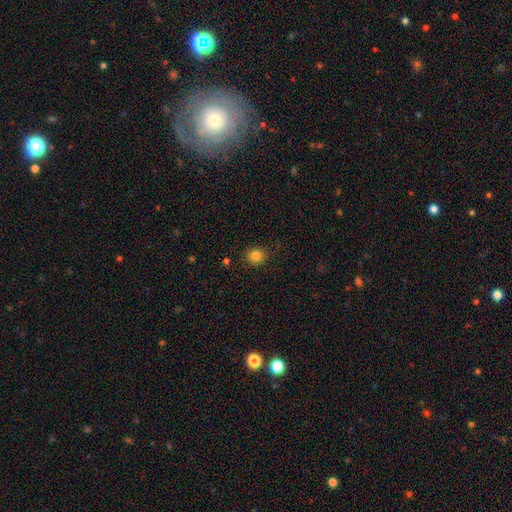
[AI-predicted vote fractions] Smooth or featured: smooth — 83% (star or artifact — 11%)
How rounded: round — 84% (in between — 16%)
Merging: none — 86% (minor disturbance — 11%)